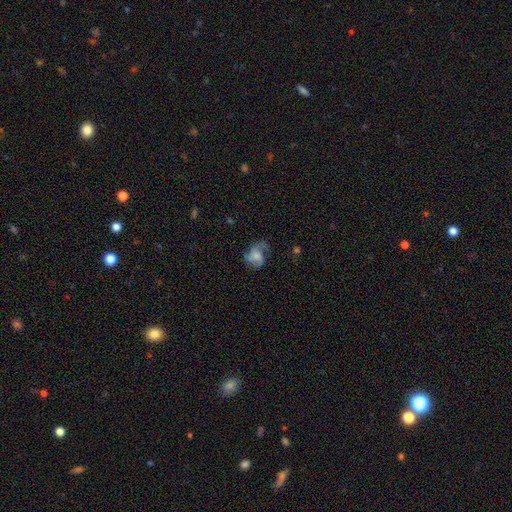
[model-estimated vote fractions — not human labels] Overall: featured or disk (53%; smooth 38%). Edge-on disk: no (97%). Bar: no (70%). Spiral arms: yes (82%). Bulge size: moderate (32%; small 29%). Merging: none (44%; major disturbance 28%).